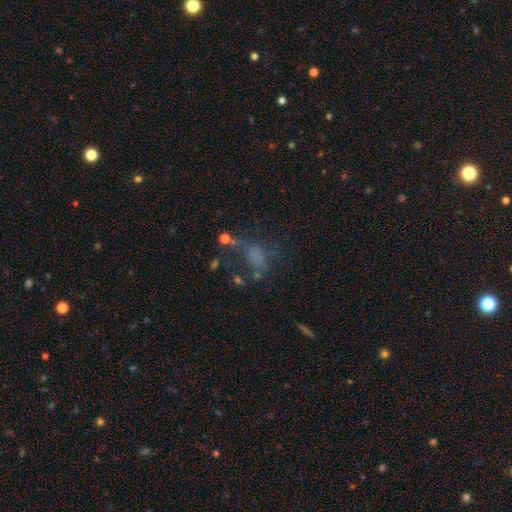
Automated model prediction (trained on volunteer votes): This is marginally a smooth galaxy (42%). Merging: marginally none (39%).